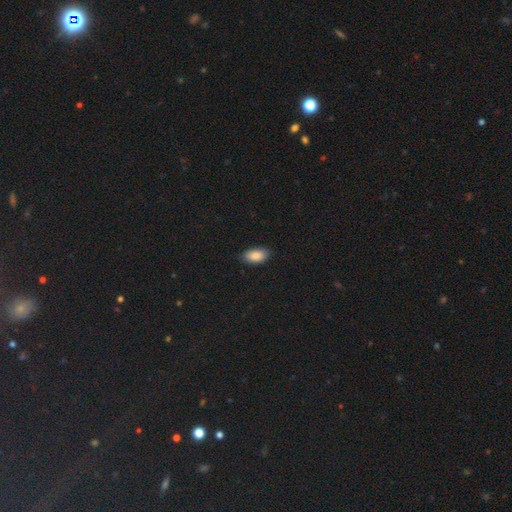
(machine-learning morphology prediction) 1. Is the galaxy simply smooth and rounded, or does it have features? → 87% smooth, 7% star or artifact, 6% featured or disk.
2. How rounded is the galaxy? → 93% in between, 3% round, 3% cigar-shaped.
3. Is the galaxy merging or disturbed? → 86% none, 11% minor disturbance, 2% major disturbance, 1% merger.